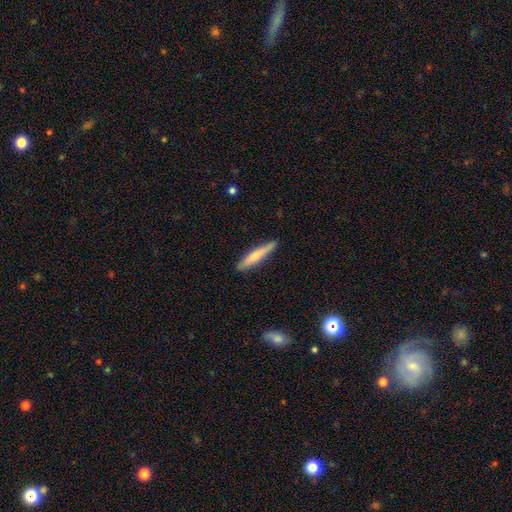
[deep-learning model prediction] smooth_or_featured: smooth (p=0.65) [alt: featured or disk p=0.29]
how_rounded: cigar-shaped (p=0.90) [alt: in between p=0.09]
merging: none (p=0.86) [alt: minor disturbance p=0.11]